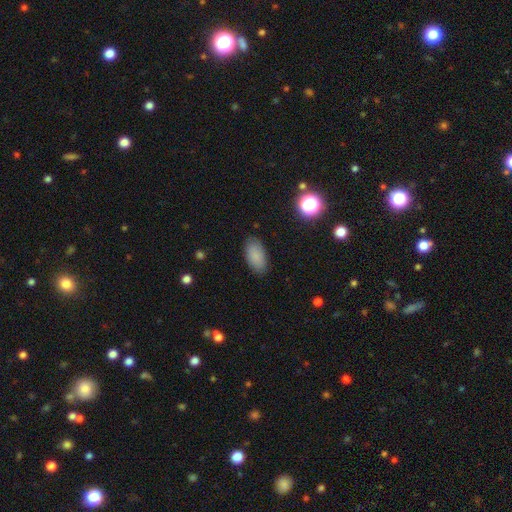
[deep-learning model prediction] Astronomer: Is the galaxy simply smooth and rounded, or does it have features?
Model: smooth — 85%.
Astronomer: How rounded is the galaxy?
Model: in between — 93%.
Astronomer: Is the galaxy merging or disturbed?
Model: none — 85%.